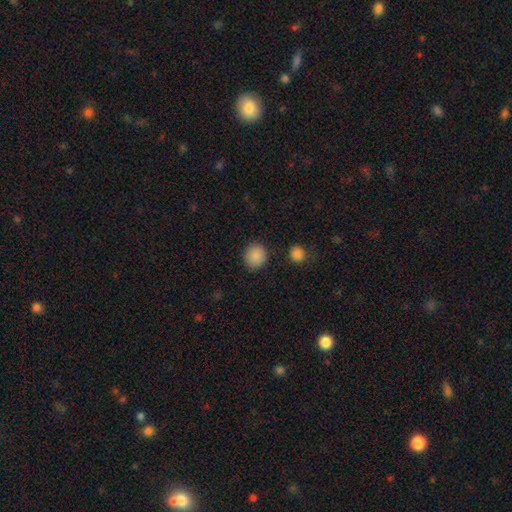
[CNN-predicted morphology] Smooth or featured? Predicted: smooth (p=0.88). How rounded? Predicted: round (p=0.86). Merging? Predicted: none (p=0.89).